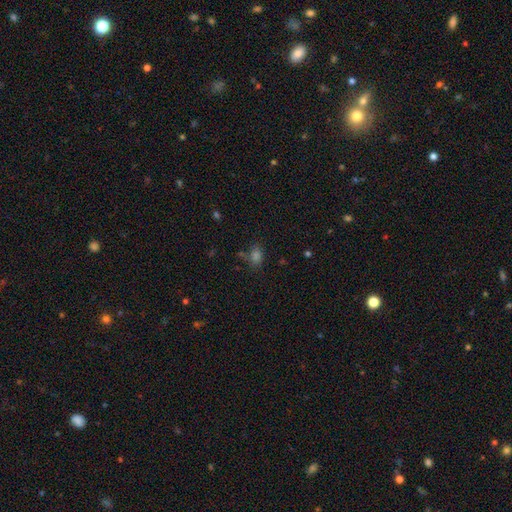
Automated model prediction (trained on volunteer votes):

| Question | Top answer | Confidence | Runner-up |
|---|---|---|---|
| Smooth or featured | smooth | 70% | star or artifact (24%) |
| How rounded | in between | 65% | round (33%) |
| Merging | none | 73% | minor disturbance (15%) |